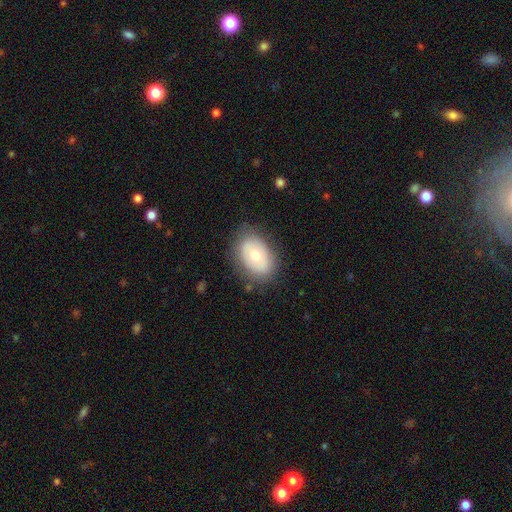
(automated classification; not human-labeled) Smooth or featured? smooth (61%)
How rounded? in between (82%)
Merging? none (77%)